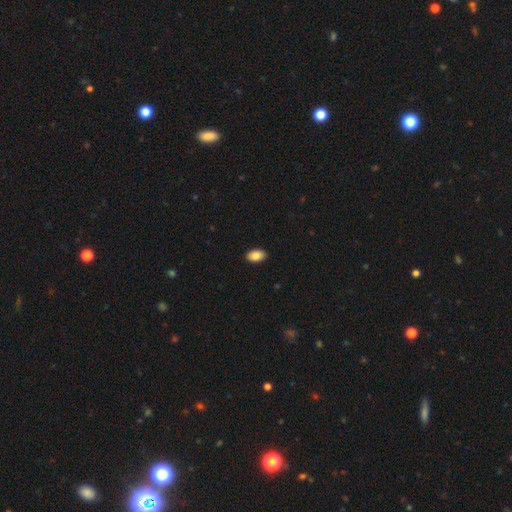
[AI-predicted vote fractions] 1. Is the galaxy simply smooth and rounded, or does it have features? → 87% smooth, 7% star or artifact, 6% featured or disk.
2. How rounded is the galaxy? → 92% in between, 7% round, 1% cigar-shaped.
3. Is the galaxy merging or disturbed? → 91% none, 7% minor disturbance, 2% major disturbance, 1% merger.